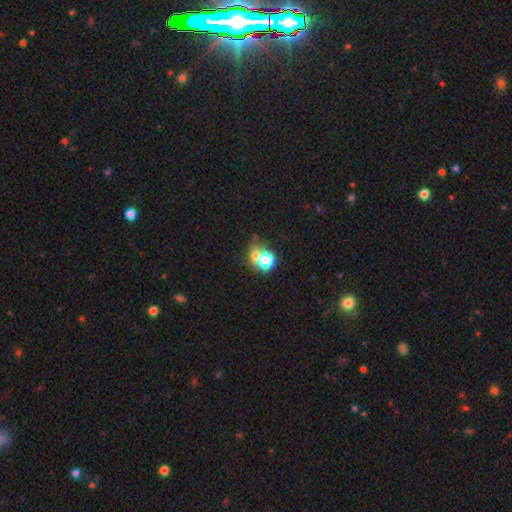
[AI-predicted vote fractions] Smooth or featured? Predicted: smooth (p=0.62). How rounded? Predicted: round (p=0.69). Merging? Predicted: merger (p=0.43).